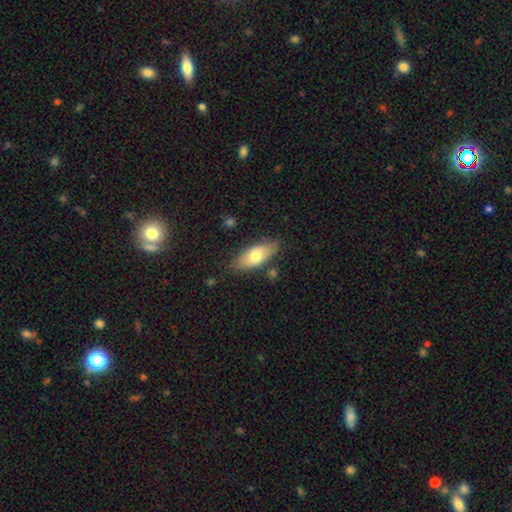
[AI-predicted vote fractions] Smooth or featured? smooth (70%)
How rounded? in between (81%)
Merging? none (80%)